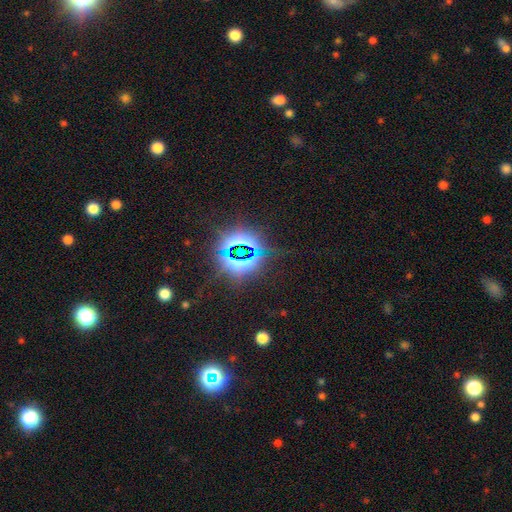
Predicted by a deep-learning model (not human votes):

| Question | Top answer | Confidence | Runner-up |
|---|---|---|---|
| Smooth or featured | star or artifact | 82% | smooth (11%) |